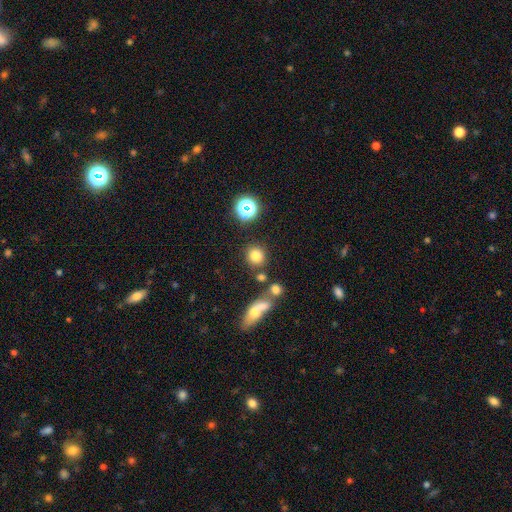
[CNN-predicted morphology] Overall: smooth (76%). How rounded: round (87%). Merging: none (79%).